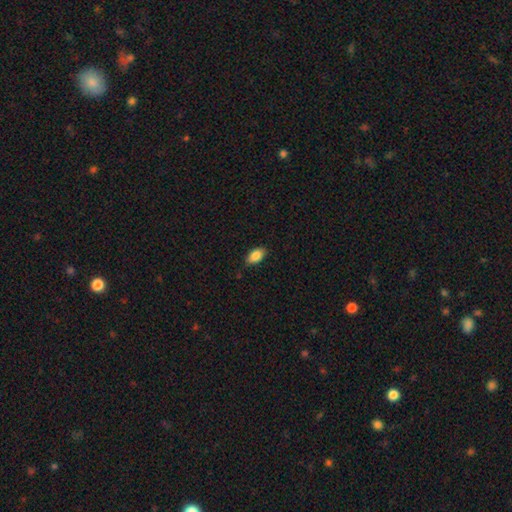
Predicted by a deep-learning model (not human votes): This appears to be a smooth galaxy with no disk features (86%) that is in between round and cigar-shaped (92%). Merging: none (84%).